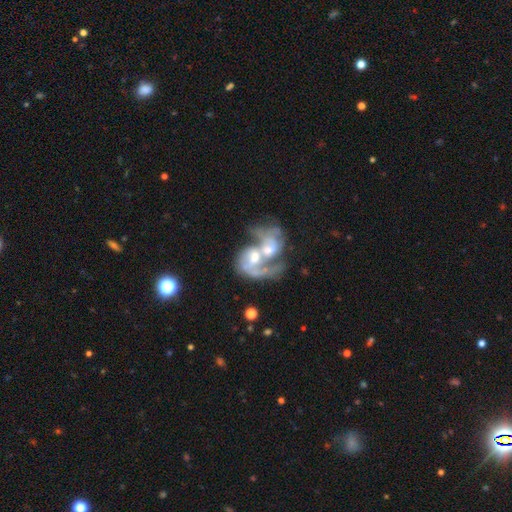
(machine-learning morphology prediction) The model was most divided on "spiral winding": medium: 41%, loose: 40%, tight: 19%. More confident: edge-on disk — no (97%); spiral arms — yes (84%); smooth or featured — featured or disk (79%); merging — merger (78%); spiral arm count — 2 (57%); bulge size — moderate (57%); bar — no (56%).